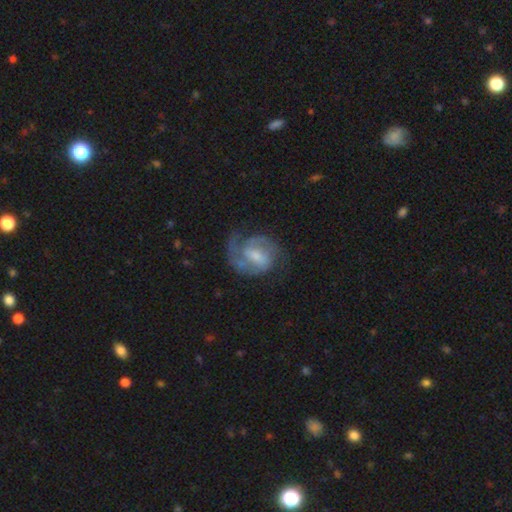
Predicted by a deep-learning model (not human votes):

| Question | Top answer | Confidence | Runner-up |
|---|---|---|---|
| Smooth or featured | featured or disk | 84% | smooth (10%) |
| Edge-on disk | no | 98% | yes (2%) |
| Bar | weak | 55% | strong (24%) |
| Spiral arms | yes | 96% | no (4%) |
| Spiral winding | medium | 47% | tight (41%) |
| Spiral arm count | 2 | 72% | 1 (10%) |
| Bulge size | small | 39% | moderate (38%) |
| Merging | none | 66% | minor disturbance (19%) |